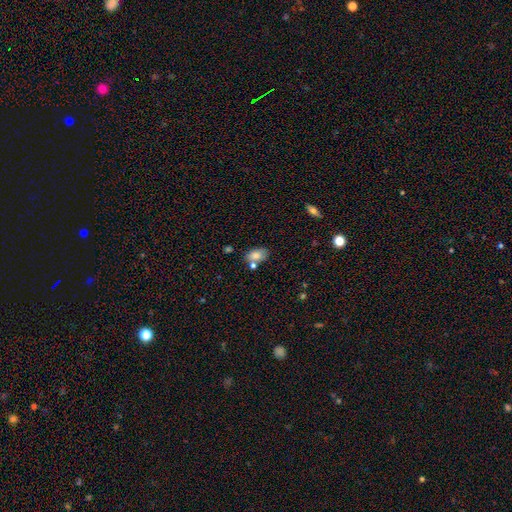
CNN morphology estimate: smooth 80%, featured or disk 11%, star or artifact 9%. Down the decision tree: how rounded — in between (89%); merging — none (61%).